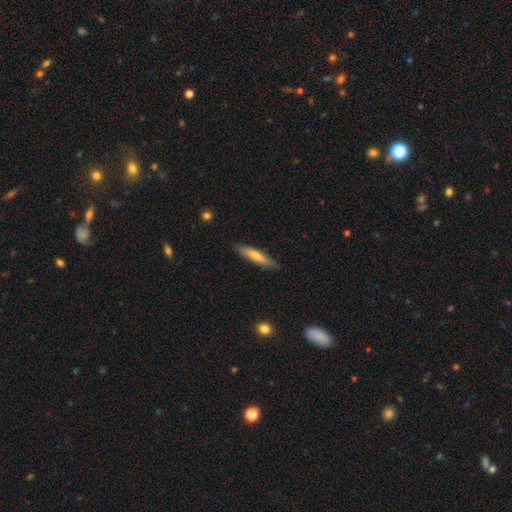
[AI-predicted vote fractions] A smooth galaxy with no disk features (62%) that is cigar-shaped (81%).

Vote fractions:
- Smooth or featured? smooth: 62% / featured or disk: 32% / star or artifact: 6%
- How rounded? cigar-shaped: 81% / in between: 17% / round: 2%
- Merging? none: 86% / minor disturbance: 11% / major disturbance: 2% / merger: 1%